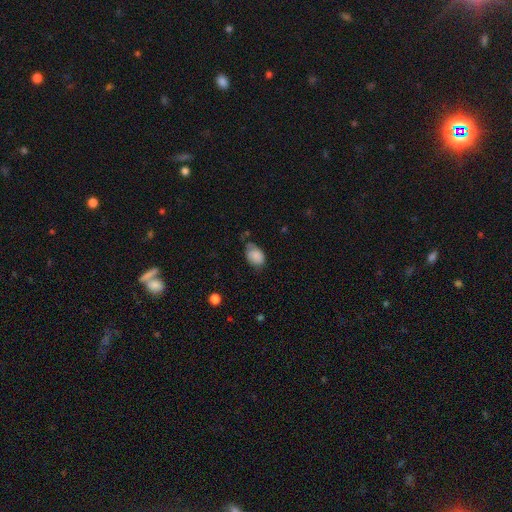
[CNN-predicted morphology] The model was most divided on "merging": none: 50%, minor disturbance: 36%, major disturbance: 11%, merger: 3%. More confident: how rounded — in between (82%); smooth or featured — smooth (81%).